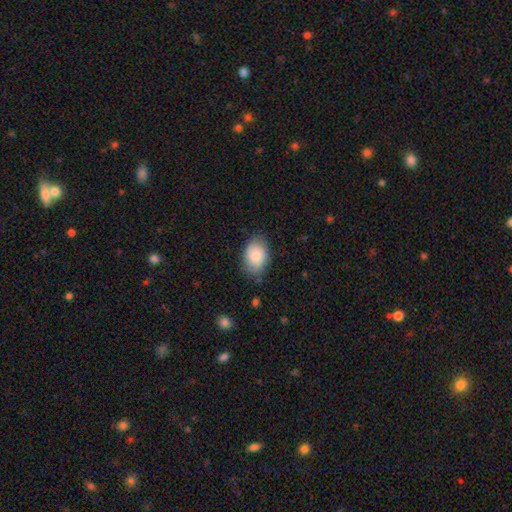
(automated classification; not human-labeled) This is clearly a smooth galaxy (84%). How rounded: clearly in between (82%). Merging: likely none (76%).